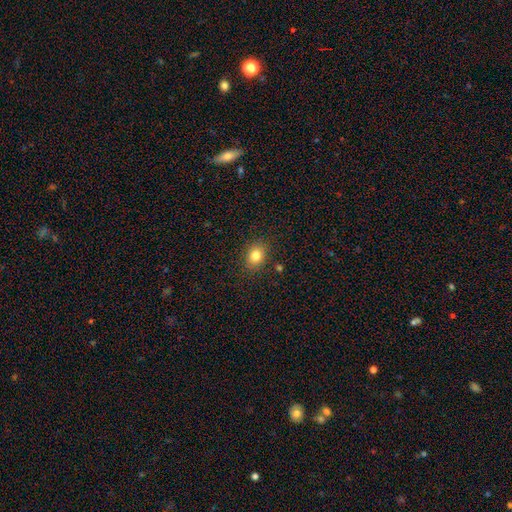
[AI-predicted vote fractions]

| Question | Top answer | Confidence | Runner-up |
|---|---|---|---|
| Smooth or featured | smooth | 81% | star or artifact (11%) |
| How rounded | in between | 50% | round (49%) |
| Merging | none | 86% | minor disturbance (9%) |